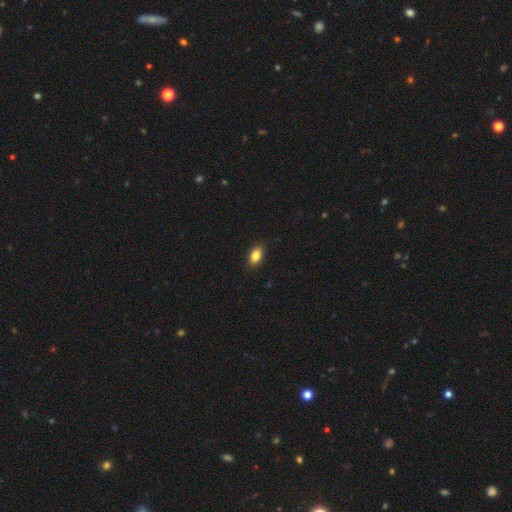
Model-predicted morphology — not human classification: smooth 84%, star or artifact 8%, featured or disk 8%. Down the decision tree: how rounded — in between (88%); merging — none (88%).